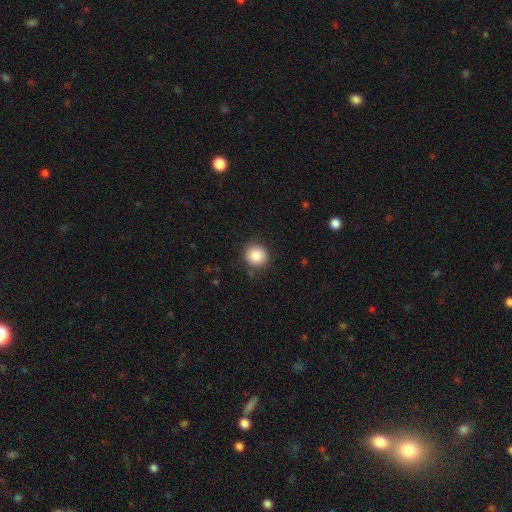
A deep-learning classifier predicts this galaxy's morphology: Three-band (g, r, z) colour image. It shows a smooth galaxy with no disk features (85%) that is round (92%). Merging: none (87%).